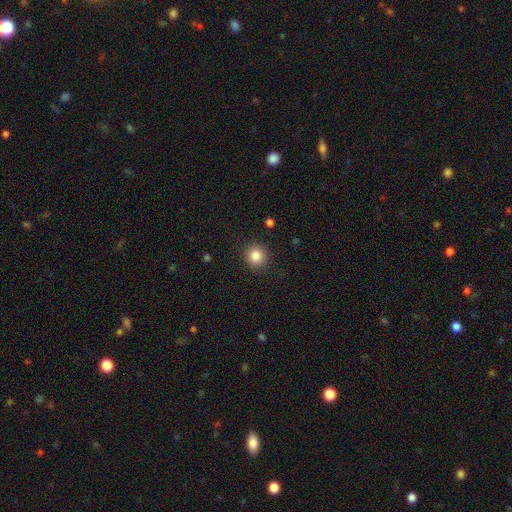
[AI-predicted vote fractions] Smooth or featured? smooth (85%)
How rounded? round (90%)
Merging? none (90%)